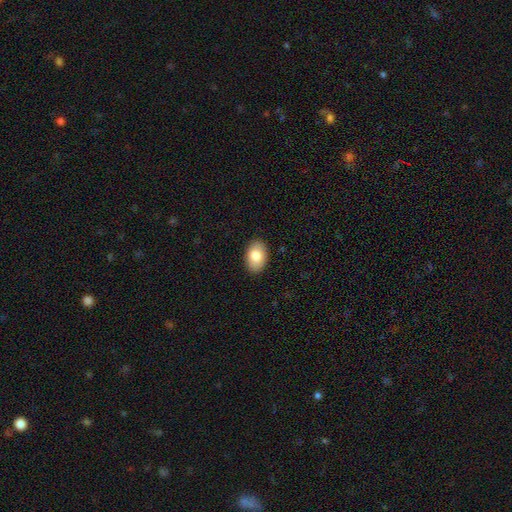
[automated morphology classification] A smooth galaxy with no disk features (84%) that is in between round and cigar-shaped (89%). Merging: none (89%).